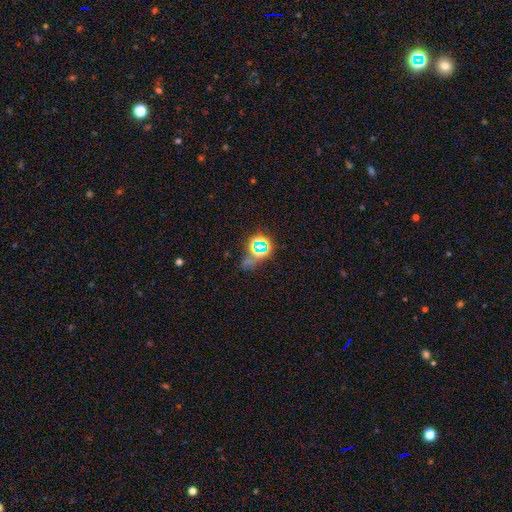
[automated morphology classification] type=smooth (55%); roundness=round (81%); merging=none (60%).